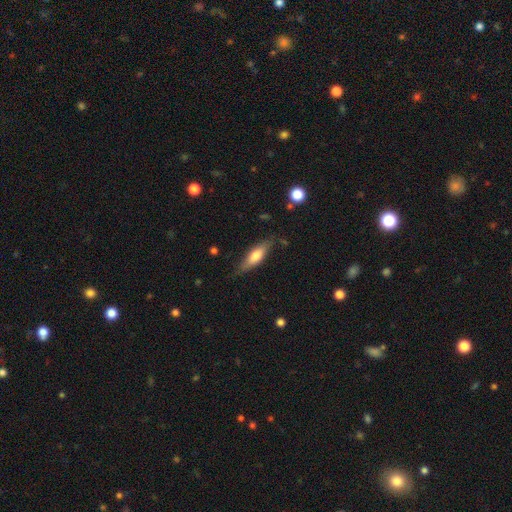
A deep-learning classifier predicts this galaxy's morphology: Smooth or featured?
  - smooth: 61% *
  - featured or disk: 33%
  - star or artifact: 6%
How rounded?
  - cigar-shaped: 51% *
  - in between: 47%
  - round: 2%
Merging?
  - none: 76% *
  - minor disturbance: 18%
  - major disturbance: 4%
  - merger: 2%